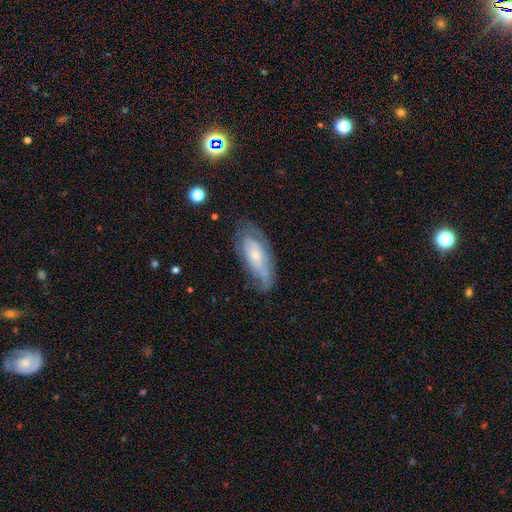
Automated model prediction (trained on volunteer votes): A featured or disk galaxy (58%).

Vote fractions:
- Smooth or featured? featured or disk: 58% / smooth: 35% / star or artifact: 7%
- Edge-on disk? no: 84% / yes: 16%
- Merging? none: 62% / minor disturbance: 26% / major disturbance: 10% / merger: 2%